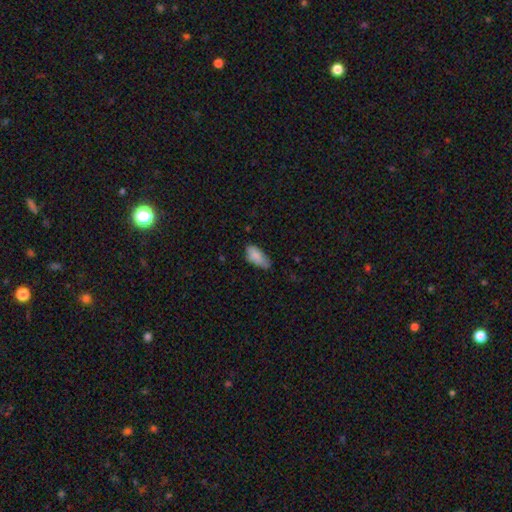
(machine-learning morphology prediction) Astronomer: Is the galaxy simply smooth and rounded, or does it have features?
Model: smooth — 83%.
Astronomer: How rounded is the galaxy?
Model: in between — 89%.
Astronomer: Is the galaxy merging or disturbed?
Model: none — 51% (runner-up: minor disturbance, 38%).